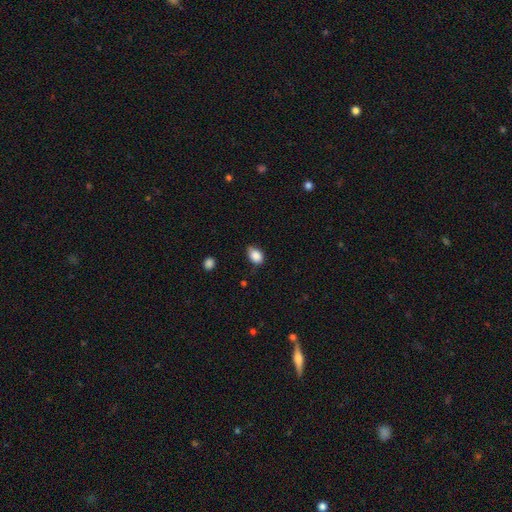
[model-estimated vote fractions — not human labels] Q: Smooth or featured?
A: smooth (87%); runner-up: star or artifact (8%)
Q: How rounded?
A: in between (77%); runner-up: round (22%)
Q: Merging?
A: none (63%); runner-up: minor disturbance (31%)